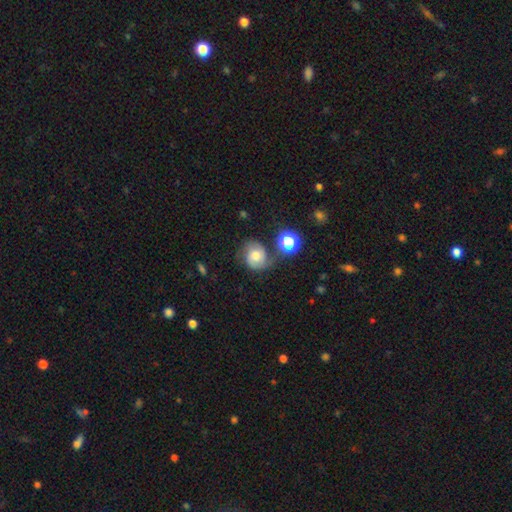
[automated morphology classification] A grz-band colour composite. It shows a featured or disk galaxy (58%) with no bar (66%), 2 (84%) medium (47%) spiral arms (90%) and a moderate central bulge (56%). Merging: none (62%).